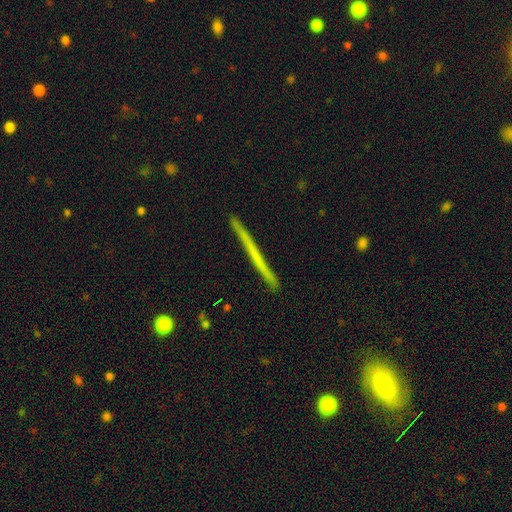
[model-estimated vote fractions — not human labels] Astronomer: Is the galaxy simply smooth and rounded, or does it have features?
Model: featured or disk — 52% (runner-up: smooth, 41%).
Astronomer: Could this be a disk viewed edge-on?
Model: yes — 97%.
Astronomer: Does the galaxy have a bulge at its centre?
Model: none — 92%.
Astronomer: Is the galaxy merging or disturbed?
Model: none — 91%.